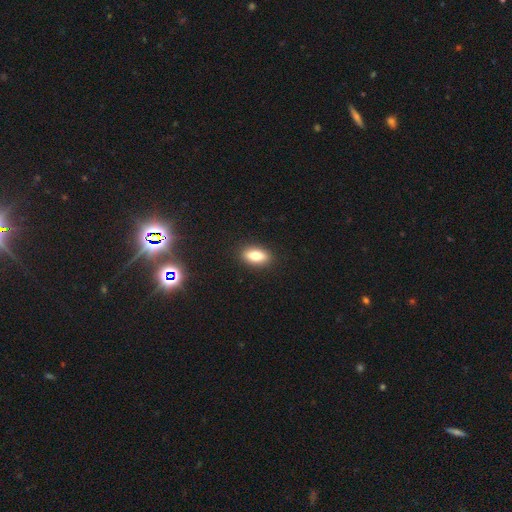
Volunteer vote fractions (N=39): A smooth galaxy with no disk features (82%) that is in between round and cigar-shaped (78%).

Vote fractions:
- Smooth or featured? smooth: 82% / featured or disk: 15% / star or artifact: 3%
- How rounded? in between: 78% / cigar-shaped: 16% / round: 6%
- Merging? none: 87% / minor disturbance: 11% / major disturbance: 3% / merger: 0%